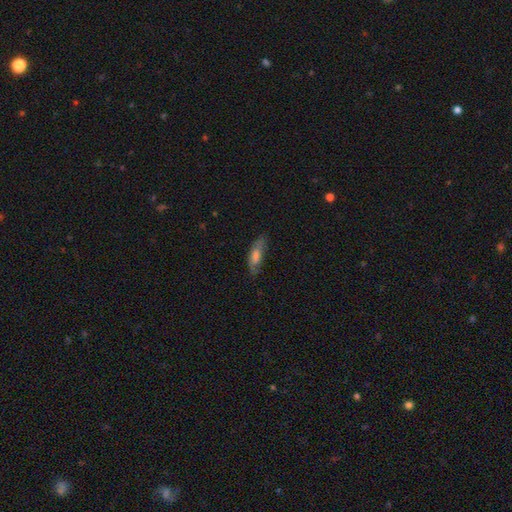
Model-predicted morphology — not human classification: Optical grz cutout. It shows a smooth galaxy with no disk features (63%) that is in between round and cigar-shaped (53%). Merging: none (66%).